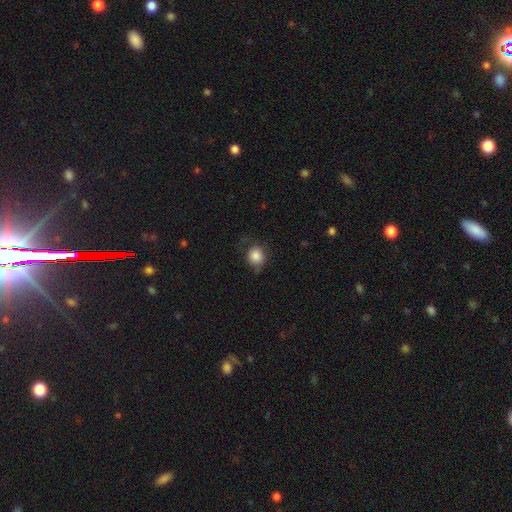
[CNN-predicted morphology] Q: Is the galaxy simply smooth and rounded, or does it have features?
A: smooth — 85%.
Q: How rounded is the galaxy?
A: round — 83%.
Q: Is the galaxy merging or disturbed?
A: none — 66%.